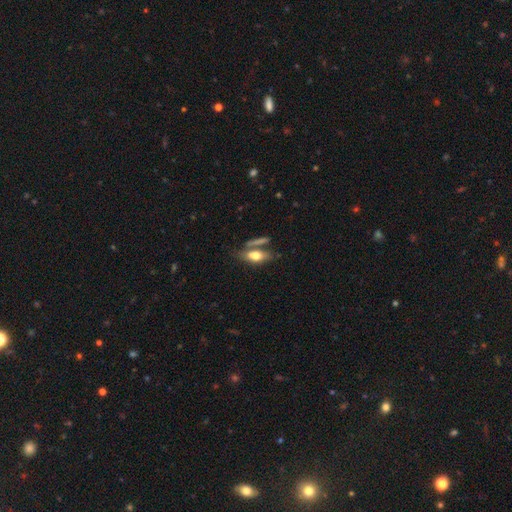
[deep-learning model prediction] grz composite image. It shows a smooth galaxy with no disk features (62%) that is in between round and cigar-shaped (70%). Merging: none (52%).